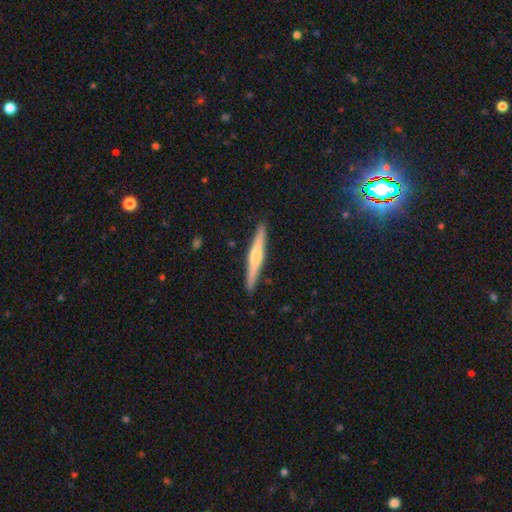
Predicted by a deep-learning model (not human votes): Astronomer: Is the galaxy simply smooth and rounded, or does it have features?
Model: featured or disk — 61%.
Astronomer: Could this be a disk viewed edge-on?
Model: yes — 98%.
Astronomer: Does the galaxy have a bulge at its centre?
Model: rounded — 72%.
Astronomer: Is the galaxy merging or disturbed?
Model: none — 91%.